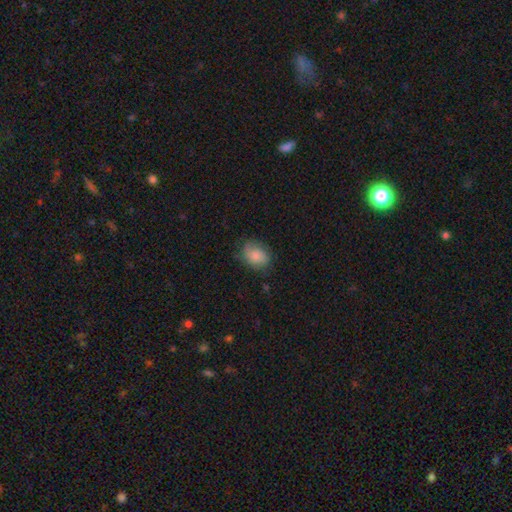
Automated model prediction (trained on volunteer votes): The model was most divided on "how rounded": in between: 67%, round: 32%, cigar-shaped: 1%. More confident: smooth or featured — smooth (81%); merging — none (71%).